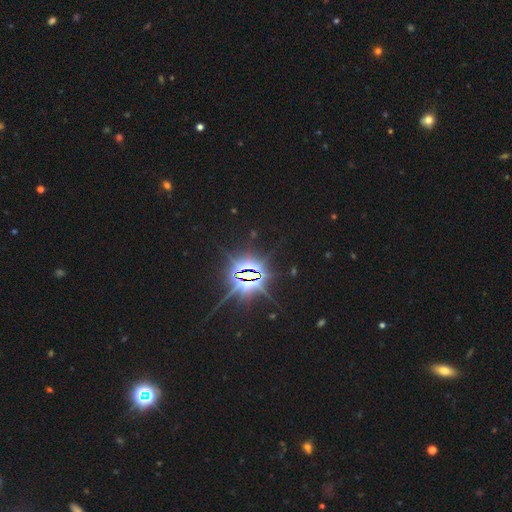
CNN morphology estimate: The model was most divided on "smooth or featured": star or artifact: 86%, smooth: 7%, featured or disk: 6%.